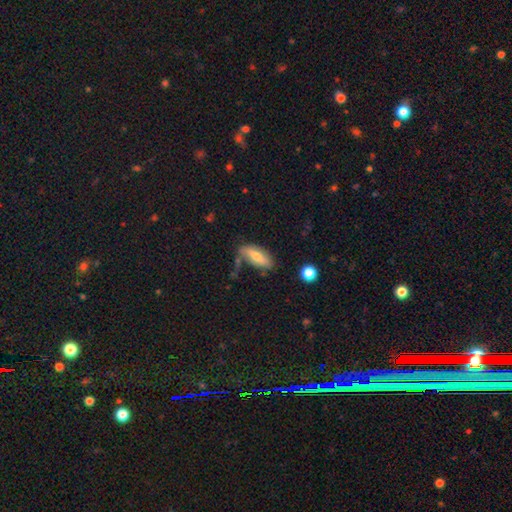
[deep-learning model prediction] Morphology: type=smooth (65%); roundness=in between (75%); merging=none (56%).